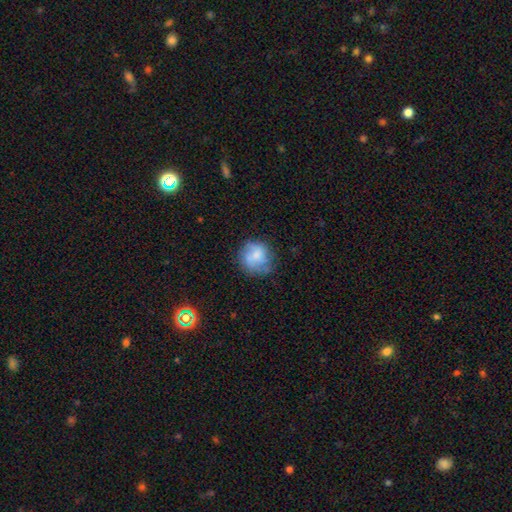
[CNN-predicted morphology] type=smooth (63%); roundness=round (84%); merging=none (65%).